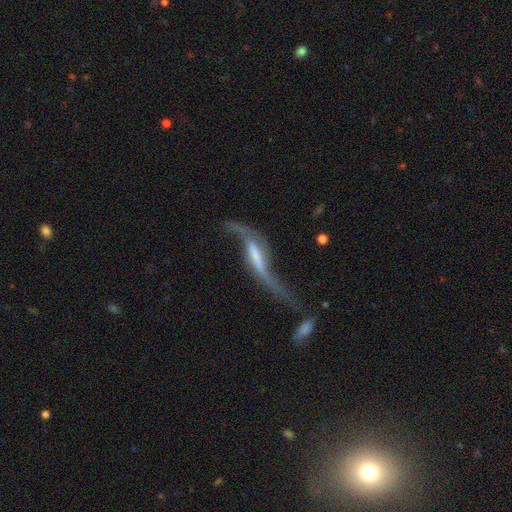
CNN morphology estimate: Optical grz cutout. It shows a featured or disk galaxy (80%) with a strong bar (51%), 2 (89%) loose (92%) spiral arms (87%) and no central bulge (47%). Merging: none (38%).